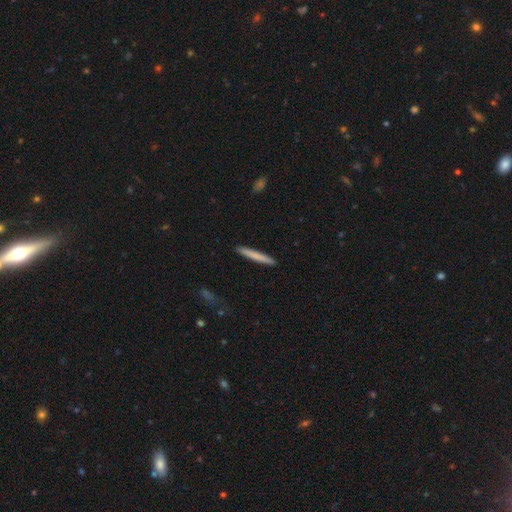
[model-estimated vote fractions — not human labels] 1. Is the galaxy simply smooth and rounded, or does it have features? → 75% smooth, 20% featured or disk, 5% star or artifact.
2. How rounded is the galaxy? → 96% cigar-shaped, 2% in between, 1% round.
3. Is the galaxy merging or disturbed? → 92% none, 6% minor disturbance, 1% major disturbance, 1% merger.